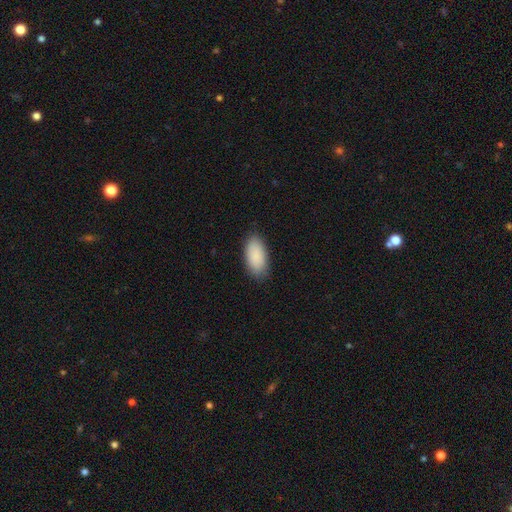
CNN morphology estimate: Smooth or featured? Predicted: smooth (p=0.90). How rounded? Predicted: in between (p=0.92). Merging? Predicted: none (p=0.84).